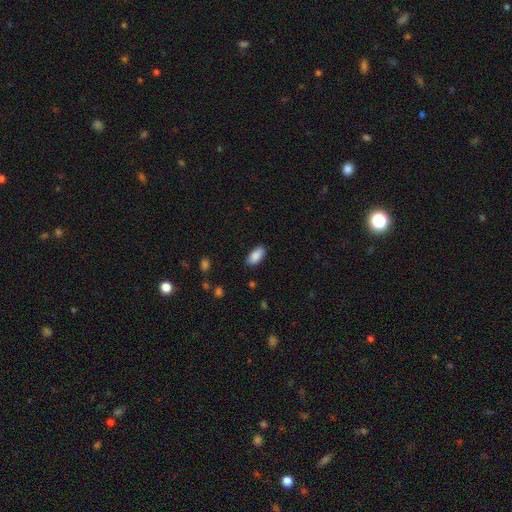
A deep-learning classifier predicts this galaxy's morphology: Overall: smooth (88%). How rounded: in between (92%). Merging: none (85%).